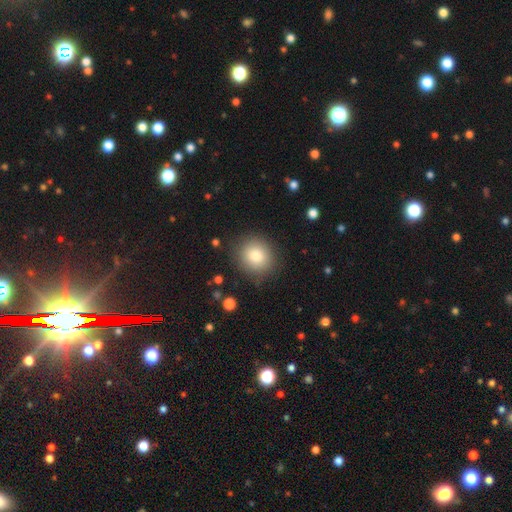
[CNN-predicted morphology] smooth_or_featured: smooth (p=0.81) [alt: star or artifact p=0.10]
how_rounded: round (p=0.81) [alt: in between p=0.18]
merging: none (p=0.85) [alt: minor disturbance p=0.10]